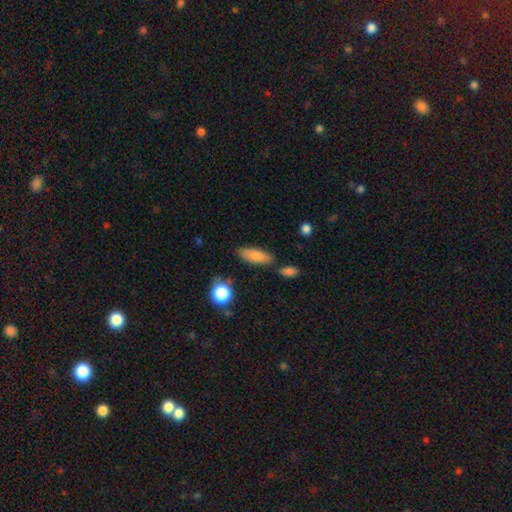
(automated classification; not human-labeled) Smooth or featured: smooth — 80% (featured or disk — 12%)
How rounded: in between — 70% (cigar-shaped — 27%)
Merging: none — 73% (minor disturbance — 15%)